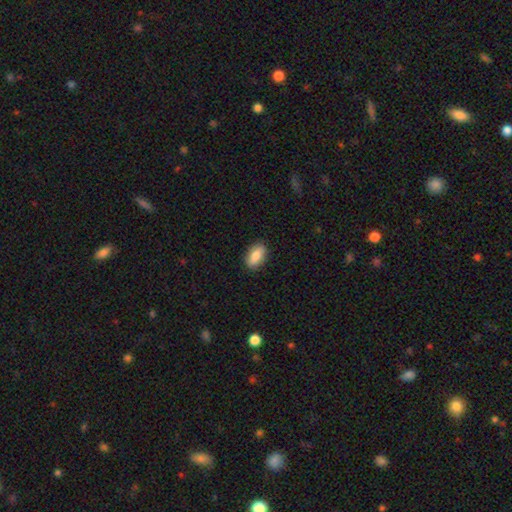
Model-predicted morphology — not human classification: smooth_or_featured: smooth (p=0.83) [alt: featured or disk p=0.10]
how_rounded: in between (p=0.88) [alt: cigar-shaped p=0.07]
merging: none (p=0.88) [alt: minor disturbance p=0.09]